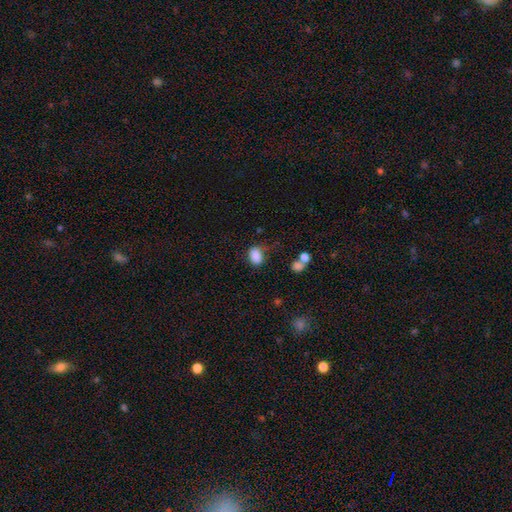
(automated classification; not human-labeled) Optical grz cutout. It shows a smooth galaxy with no disk features (86%) that is in between round and cigar-shaped (82%). Merging: none (59%).